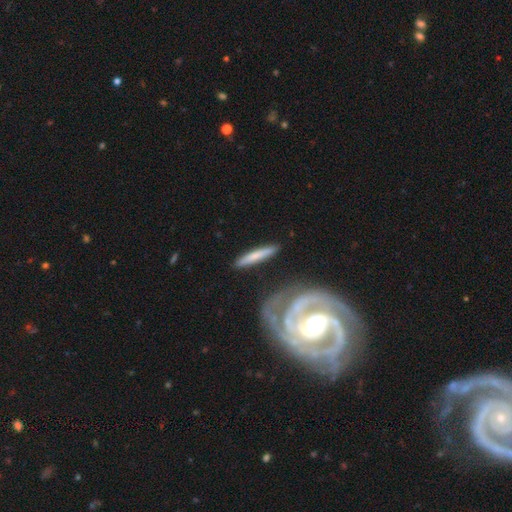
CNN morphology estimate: This is possibly a smooth galaxy (58%). How rounded: clearly cigar-shaped (92%). Merging: clearly none (82%).